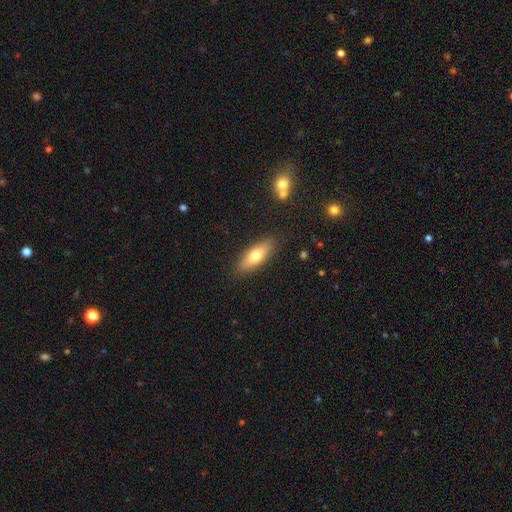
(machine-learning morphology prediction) smooth-or-featured: smooth: 70% | featured or disk: 23% | star or artifact: 7%
  how-rounded: in between: 63% | cigar-shaped: 34% | round: 3%
  merging: none: 86% | minor disturbance: 10% | major disturbance: 2% | merger: 2%